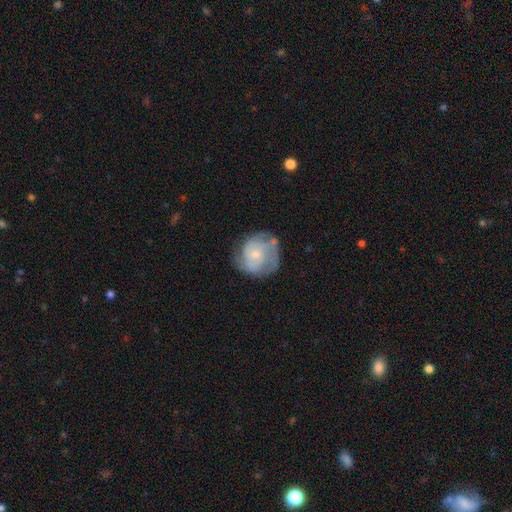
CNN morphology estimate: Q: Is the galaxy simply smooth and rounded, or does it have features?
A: featured or disk — 61%.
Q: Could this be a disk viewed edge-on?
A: no — 98%.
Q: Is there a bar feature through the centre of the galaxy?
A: no — 77%.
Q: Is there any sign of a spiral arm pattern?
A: yes — 77%.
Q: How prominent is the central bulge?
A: small — 60%.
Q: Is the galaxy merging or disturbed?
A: none — 59%.